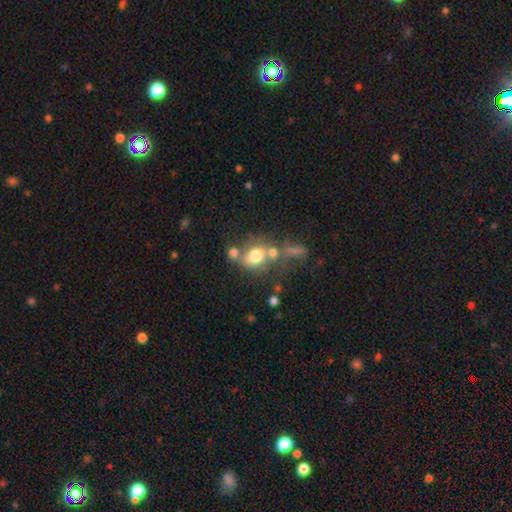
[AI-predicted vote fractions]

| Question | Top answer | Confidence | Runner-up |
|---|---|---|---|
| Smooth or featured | smooth | 70% | featured or disk (18%) |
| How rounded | in between | 55% | round (43%) |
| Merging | none | 38% | merger (37%) |